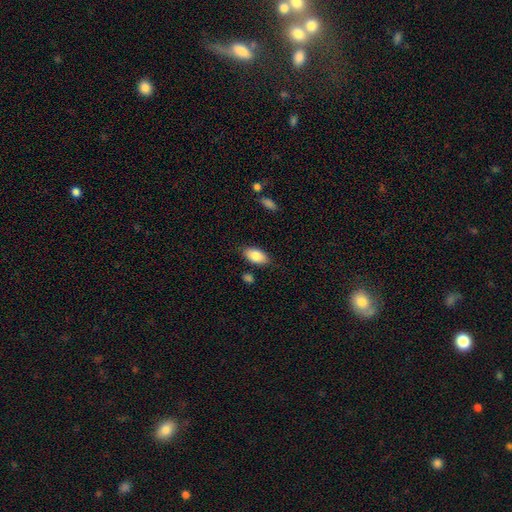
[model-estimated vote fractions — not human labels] Q: Smooth or featured?
A: smooth (84%); runner-up: featured or disk (10%)
Q: How rounded?
A: in between (93%); runner-up: cigar-shaped (4%)
Q: Merging?
A: none (82%); runner-up: minor disturbance (13%)